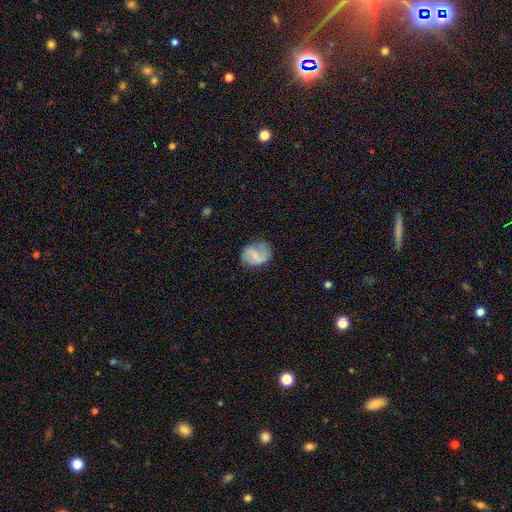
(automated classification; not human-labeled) Smooth or featured: featured or disk — 60% (smooth — 33%)
Edge-on disk: no — 98% (yes — 2%)
Bar: weak — 51% (strong — 26%)
Spiral arms: yes — 84% (no — 16%)
Bulge size: small — 51% (none — 28%)
Merging: none — 69% (minor disturbance — 21%)